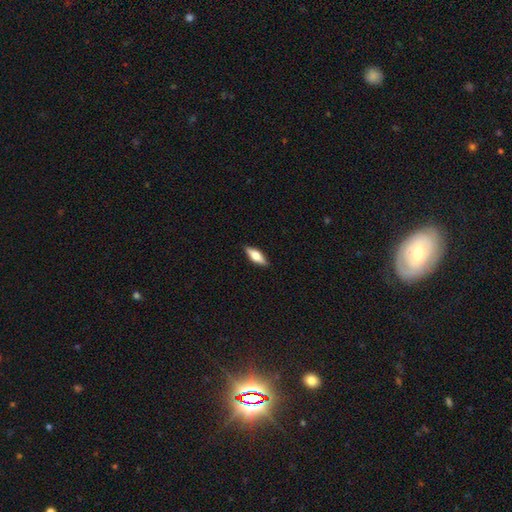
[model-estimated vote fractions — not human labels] smooth 59%, featured or disk 35%, star or artifact 6%. Down the decision tree: how rounded — in between (61%); merging — none (89%).